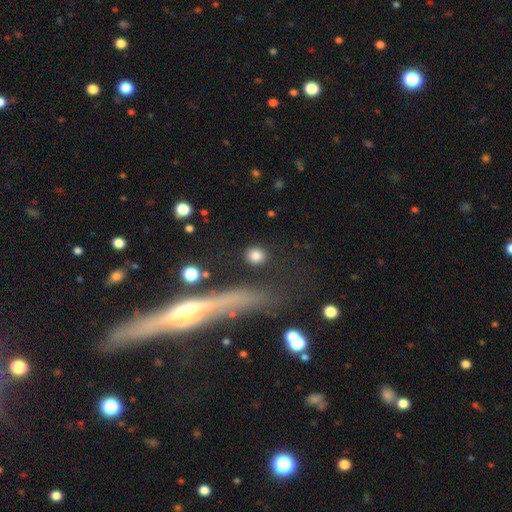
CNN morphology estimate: A smooth galaxy with no disk features (84%) that is round (84%). Merging: none (87%).